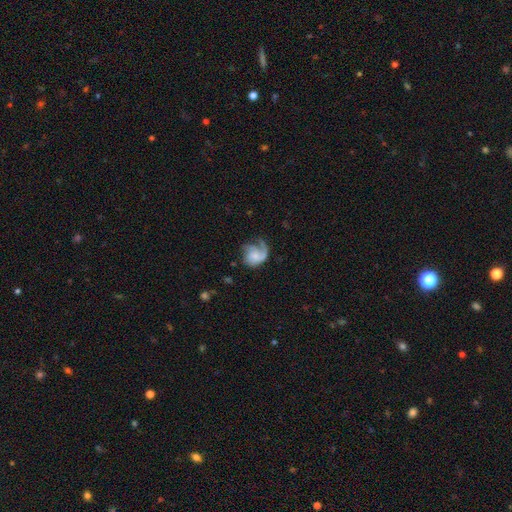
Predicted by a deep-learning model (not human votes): Smooth or featured? featured or disk (69%)
Edge-on disk? no (98%)
Bar? no (75%)
Spiral arms? yes (91%)
Spiral winding? medium (40%)
Spiral arm count? 1 (48%)
Bulge size? small (52%)
Merging? none (44%)